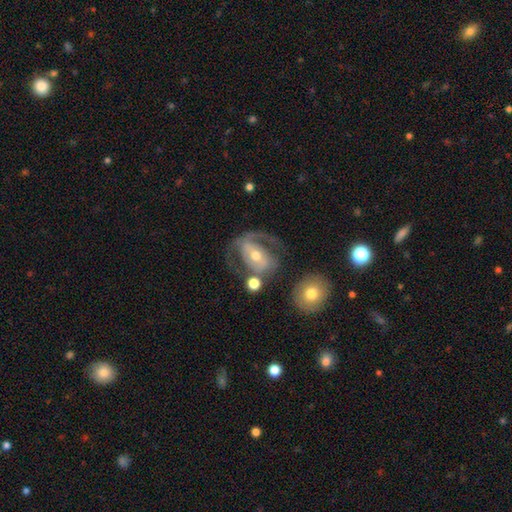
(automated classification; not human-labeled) Q: Smooth or featured?
A: featured or disk (76%); runner-up: smooth (17%)
Q: Edge-on disk?
A: no (96%); runner-up: yes (4%)
Q: Bar?
A: weak (34%); tied with: no (34%)
Q: Spiral arms?
A: yes (81%); runner-up: no (19%)
Q: Spiral winding?
A: medium (46%); runner-up: tight (30%)
Q: Spiral arm count?
A: 2 (68%); runner-up: 1 (18%)
Q: Bulge size?
A: moderate (63%); runner-up: small (30%)
Q: Merging?
A: none (47%); runner-up: major disturbance (25%)